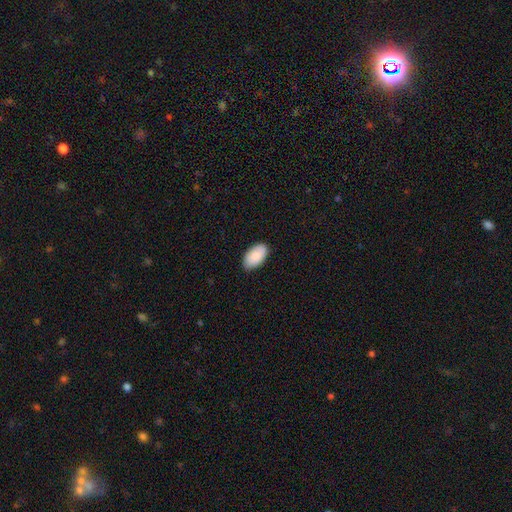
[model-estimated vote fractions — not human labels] Smooth or featured?
  - smooth: 87% *
  - featured or disk: 7%
  - star or artifact: 6%
How rounded?
  - in between: 95% *
  - round: 3%
  - cigar-shaped: 1%
Merging?
  - none: 85% *
  - minor disturbance: 13%
  - major disturbance: 2%
  - merger: 1%